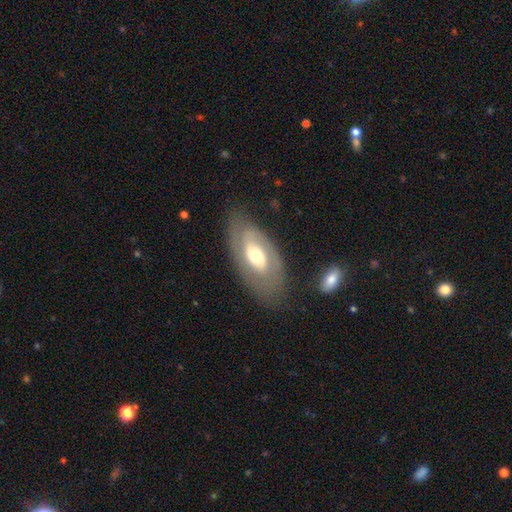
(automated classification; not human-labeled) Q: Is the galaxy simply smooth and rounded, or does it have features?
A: featured or disk — 59%.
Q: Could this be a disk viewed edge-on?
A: no — 89%.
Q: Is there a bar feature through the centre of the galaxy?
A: no — 65%.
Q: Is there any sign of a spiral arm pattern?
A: yes — 55%.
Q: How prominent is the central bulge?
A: moderate — 65%.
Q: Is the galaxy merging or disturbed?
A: none — 74%.